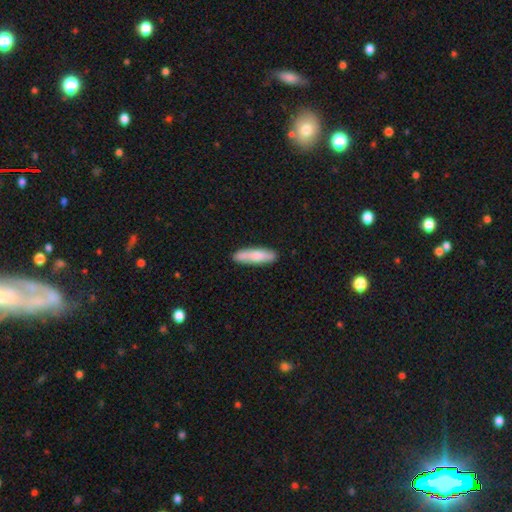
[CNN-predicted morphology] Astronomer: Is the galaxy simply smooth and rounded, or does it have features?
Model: smooth — 77%.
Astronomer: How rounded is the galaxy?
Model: cigar-shaped — 72%.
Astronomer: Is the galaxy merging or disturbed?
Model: none — 85%.